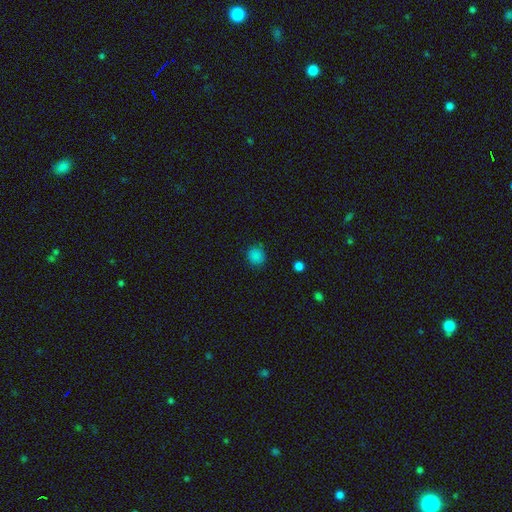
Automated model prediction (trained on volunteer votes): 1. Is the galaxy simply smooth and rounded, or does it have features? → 84% smooth, 13% star or artifact, 3% featured or disk.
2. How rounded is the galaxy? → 85% round, 14% in between, 1% cigar-shaped.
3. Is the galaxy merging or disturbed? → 84% none, 11% minor disturbance, 3% major disturbance, 1% merger.